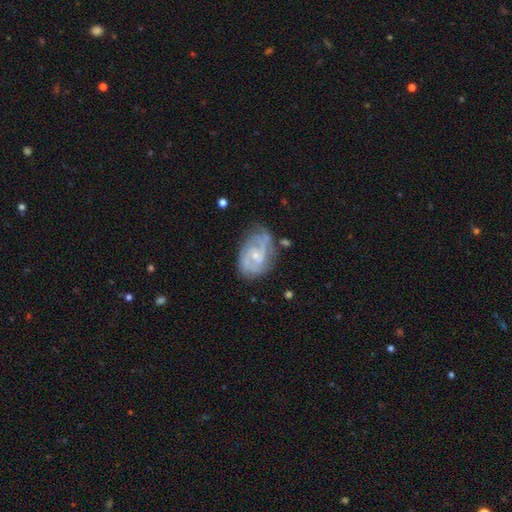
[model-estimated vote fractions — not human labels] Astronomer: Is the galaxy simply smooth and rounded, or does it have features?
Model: featured or disk — 82%.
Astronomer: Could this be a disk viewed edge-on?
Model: no — 97%.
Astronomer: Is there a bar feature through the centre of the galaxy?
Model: weak — 47% (runner-up: no, 44%).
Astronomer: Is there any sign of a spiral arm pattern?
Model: yes — 93%.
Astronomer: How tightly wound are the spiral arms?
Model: medium — 44% (runner-up: tight, 43%).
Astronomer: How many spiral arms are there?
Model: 2 — 57%.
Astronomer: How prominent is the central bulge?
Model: small — 67%.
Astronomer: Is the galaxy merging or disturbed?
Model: none — 62%.